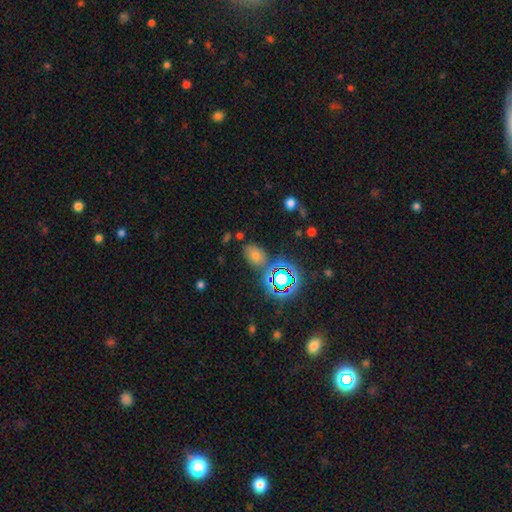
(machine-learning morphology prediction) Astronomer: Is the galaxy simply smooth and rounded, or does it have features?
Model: smooth — 51% (runner-up: star or artifact, 38%).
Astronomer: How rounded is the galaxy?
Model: in between — 72%.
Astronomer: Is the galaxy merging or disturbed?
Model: none — 77%.